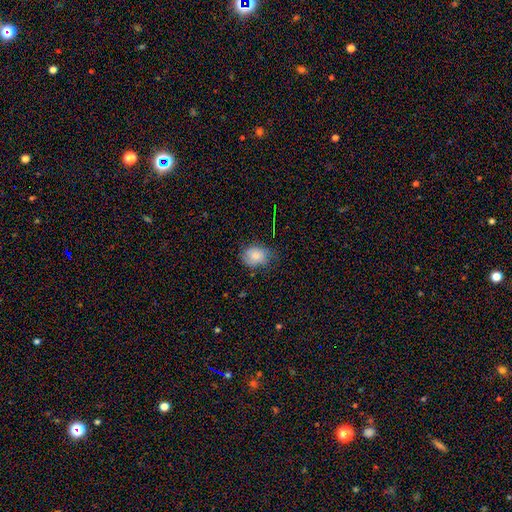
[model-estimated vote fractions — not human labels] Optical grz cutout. It shows a smooth galaxy with no disk features (80%) that is in between round and cigar-shaped (63%). Merging: none (62%).